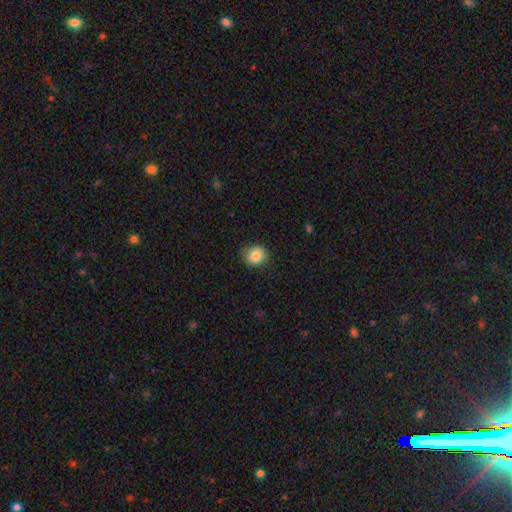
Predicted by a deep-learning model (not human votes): A smooth galaxy with no disk features (84%) that is round (86%).

Vote fractions:
- Smooth or featured? smooth: 84% / star or artifact: 10% / featured or disk: 6%
- How rounded? round: 86% / in between: 13% / cigar-shaped: 1%
- Merging? none: 86% / minor disturbance: 10% / major disturbance: 2% / merger: 1%